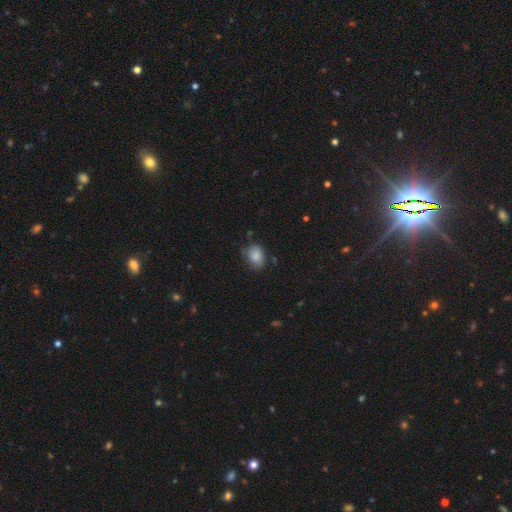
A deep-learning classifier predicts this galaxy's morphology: Smooth or featured? smooth (84%)
How rounded? in between (65%)
Merging? none (67%)